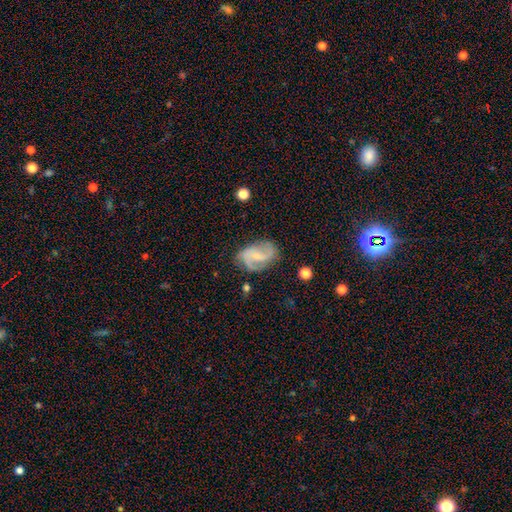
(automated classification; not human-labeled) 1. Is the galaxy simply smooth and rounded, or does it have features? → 79% featured or disk, 15% smooth, 7% star or artifact.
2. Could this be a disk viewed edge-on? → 97% no, 3% yes.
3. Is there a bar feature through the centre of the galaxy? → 46% weak, 40% no, 15% strong.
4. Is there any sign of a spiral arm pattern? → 94% yes, 6% no.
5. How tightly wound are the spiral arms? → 43% medium, 41% loose, 16% tight.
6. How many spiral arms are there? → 79% 2, 7% 3, 7% can't tell, 3% 1, 2% 4, 2% more than 4.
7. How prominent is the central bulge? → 58% small, 22% none, 18% moderate, 2% large, 1% dominant.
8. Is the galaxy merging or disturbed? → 67% none, 20% minor disturbance, 10% major disturbance, 3% merger.